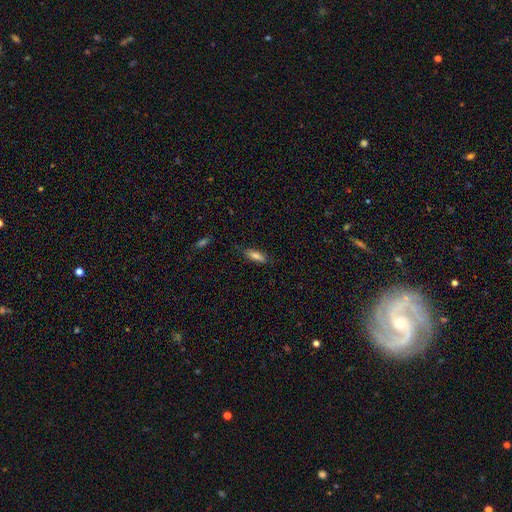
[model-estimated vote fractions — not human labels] Smooth or featured?
  - smooth: 79% *
  - featured or disk: 14%
  - star or artifact: 8%
How rounded?
  - in between: 51% *
  - cigar-shaped: 47%
  - round: 2%
Merging?
  - none: 83% *
  - minor disturbance: 13%
  - major disturbance: 3%
  - merger: 1%